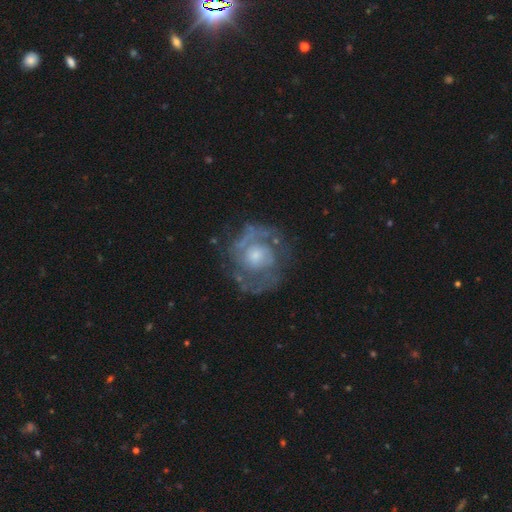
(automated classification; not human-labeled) Morphology: type=featured or disk (81%); edge-on=no (97%); bar=no (66%); spiral arms=yes (88%); winding=tight (51%); arm count=2 (55%); bulge=moderate (50%); merging=none (76%).